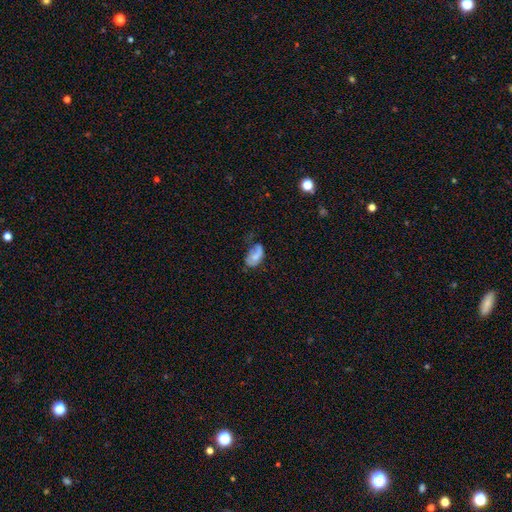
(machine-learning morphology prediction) type=smooth (54%); roundness=in between (91%); merging=minor disturbance (35%).